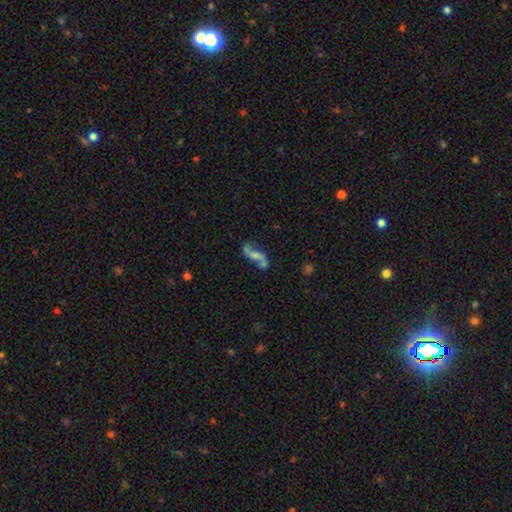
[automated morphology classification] A featured or disk galaxy (76%) with no bar (42%), 2 (91%) loose (85%) spiral arms (91%) and a small central bulge (40%). Merging: none (60%).